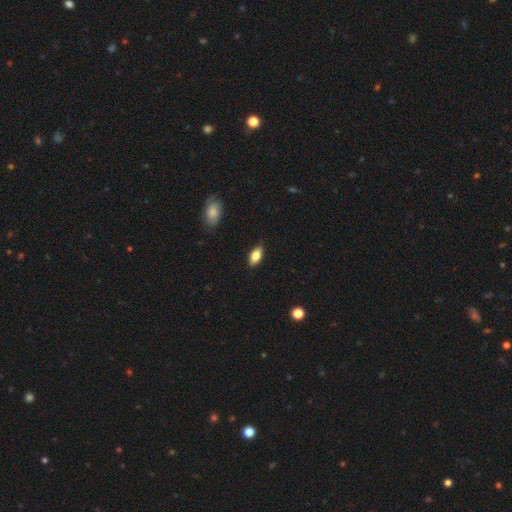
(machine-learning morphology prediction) smooth 81%, featured or disk 12%, star or artifact 7%. Down the decision tree: how rounded — in between (90%); merging — none (85%).